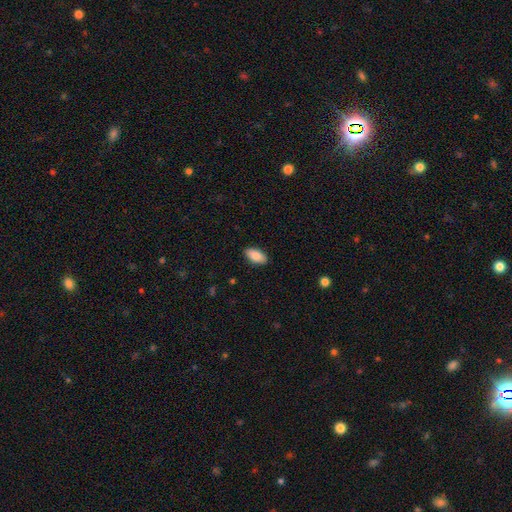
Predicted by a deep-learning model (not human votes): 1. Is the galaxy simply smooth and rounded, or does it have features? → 86% smooth, 8% featured or disk, 6% star or artifact.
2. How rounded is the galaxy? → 92% in between, 6% cigar-shaped, 3% round.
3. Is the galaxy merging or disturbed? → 89% none, 8% minor disturbance, 2% major disturbance, 1% merger.